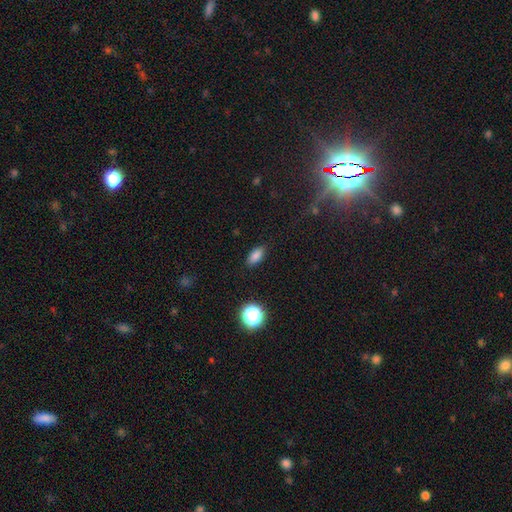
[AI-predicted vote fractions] This is clearly a smooth galaxy (83%). How rounded: clearly in between (86%). Merging: clearly none (87%).